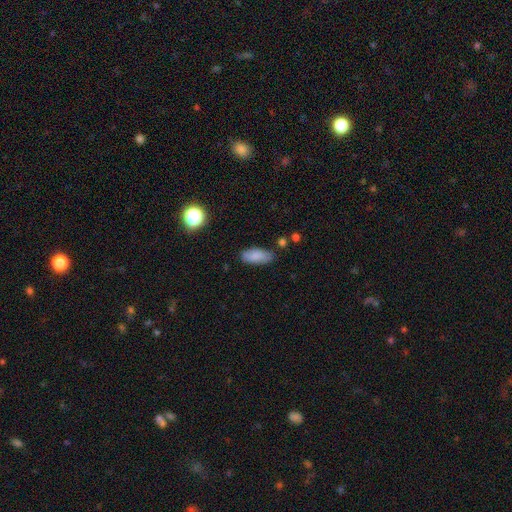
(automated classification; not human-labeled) The model was most divided on "merging": none: 78%, minor disturbance: 16%, major disturbance: 3%, merger: 3%. More confident: smooth or featured — smooth (85%); how rounded — in between (83%).